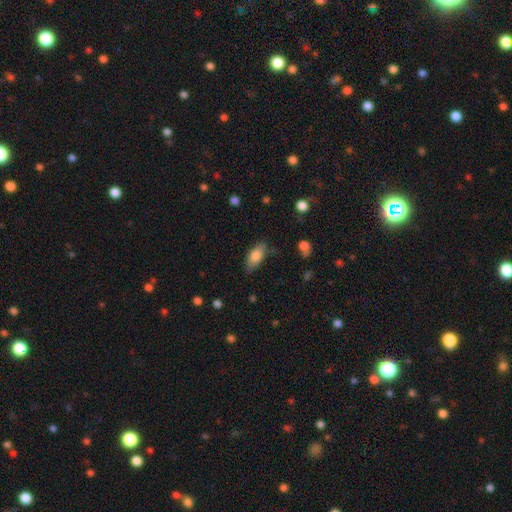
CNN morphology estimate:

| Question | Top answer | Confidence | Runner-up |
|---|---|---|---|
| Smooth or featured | smooth | 78% | featured or disk (15%) |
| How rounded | in between | 85% | cigar-shaped (12%) |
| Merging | none | 74% | minor disturbance (20%) |